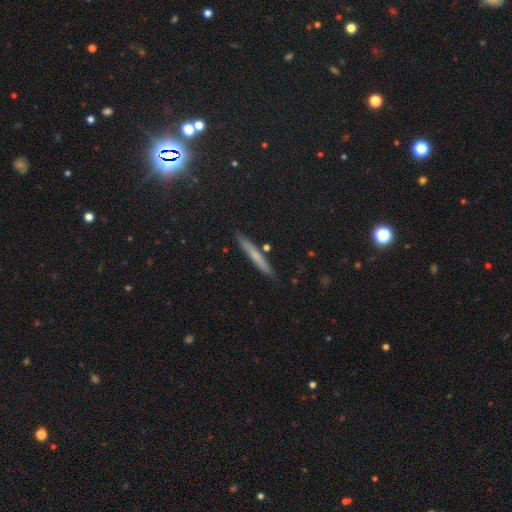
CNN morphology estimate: Smooth or featured: smooth — 57% (featured or disk — 32%)
How rounded: cigar-shaped — 94% (in between — 4%)
Merging: none — 86% (minor disturbance — 10%)